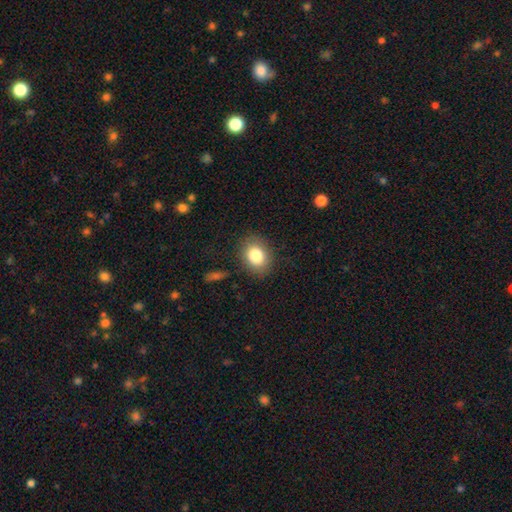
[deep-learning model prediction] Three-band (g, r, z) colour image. It shows a smooth galaxy with no disk features (81%) that is round (50%). Merging: none (84%).